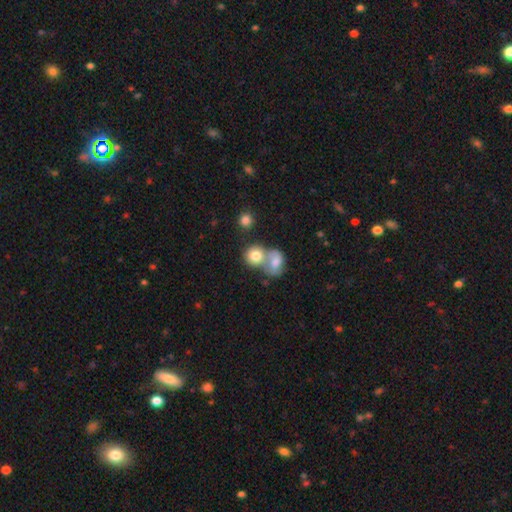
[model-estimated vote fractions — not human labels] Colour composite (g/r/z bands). It shows a smooth galaxy with no disk features (78%) that is round (76%). Merging: merger (55%).